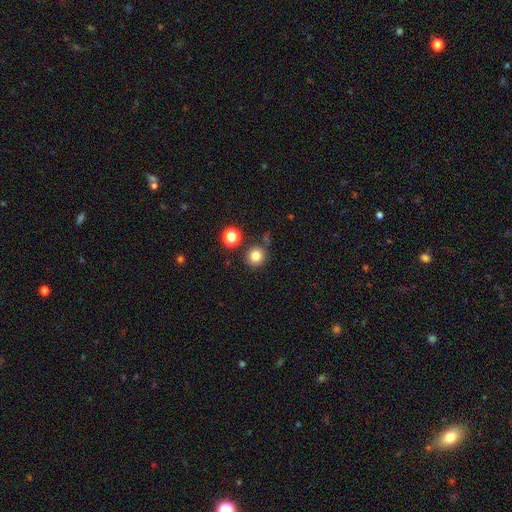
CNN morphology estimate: smooth 81%, star or artifact 13%, featured or disk 6%. Down the decision tree: how rounded — round (91%); merging — none (79%).